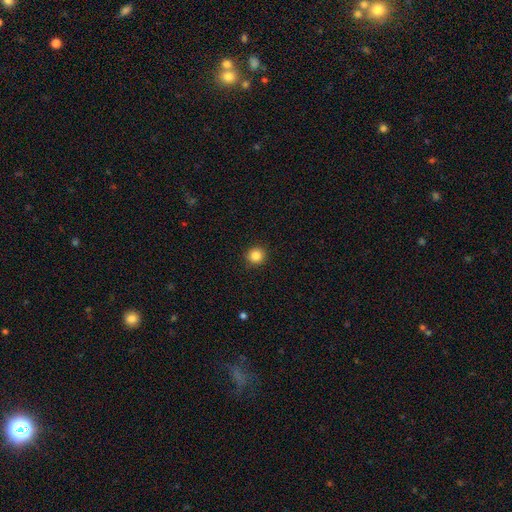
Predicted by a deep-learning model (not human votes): Smooth or featured? smooth (86%)
How rounded? round (93%)
Merging? none (92%)